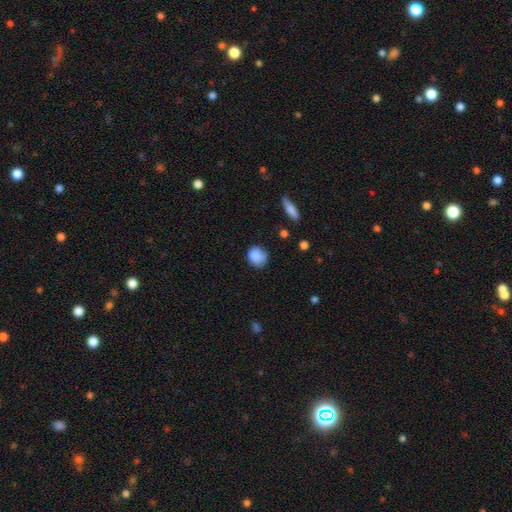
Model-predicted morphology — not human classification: type=smooth (83%); roundness=round (65%); merging=none (60%).